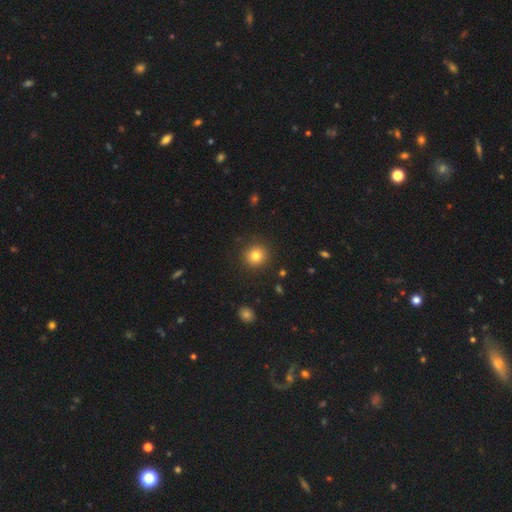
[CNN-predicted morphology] Smooth or featured: smooth — 81% (star or artifact — 12%)
How rounded: round — 92% (in between — 8%)
Merging: none — 91% (minor disturbance — 6%)